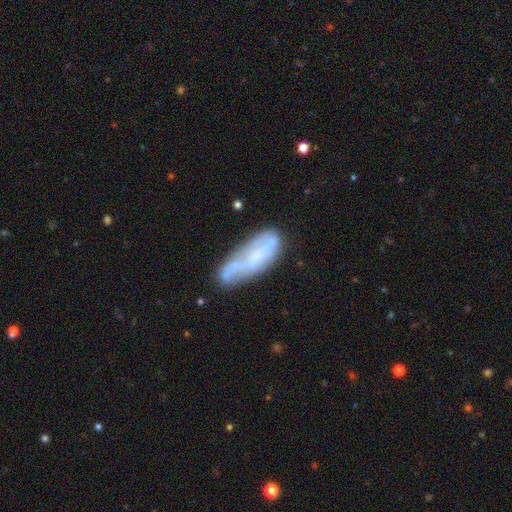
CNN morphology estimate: type=featured or disk (54%); edge-on=no (80%); merging=none (51%).